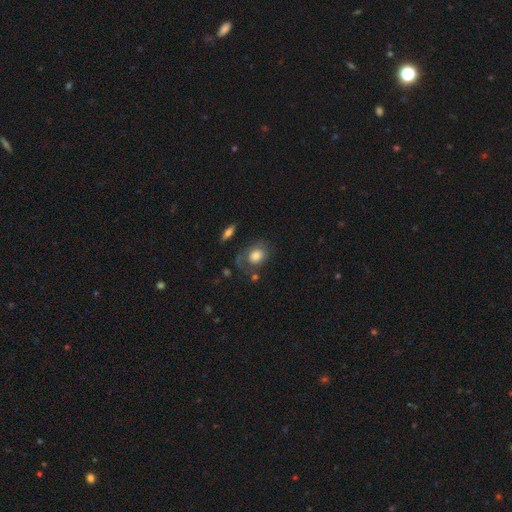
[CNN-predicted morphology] smooth_or_featured: smooth (p=0.74) [alt: featured or disk p=0.18]
how_rounded: in between (p=0.52) [alt: round p=0.46]
merging: none (p=0.55) [alt: minor disturbance p=0.23]